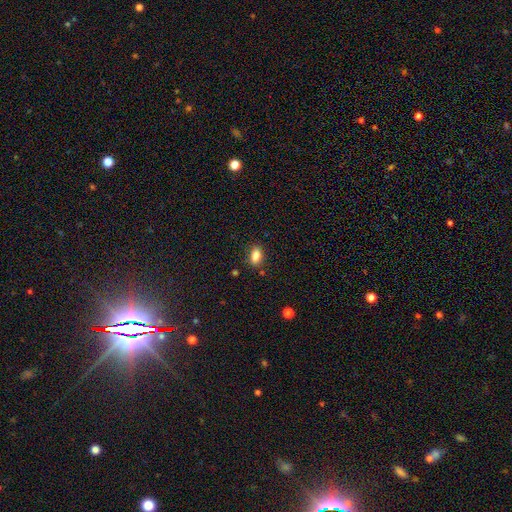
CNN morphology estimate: A smooth galaxy with no disk features (84%) that is in between round and cigar-shaped (85%). Merging: none (84%).